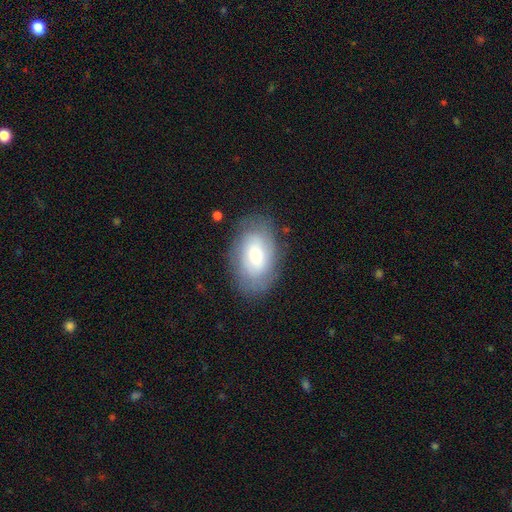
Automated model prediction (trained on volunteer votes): smooth_or_featured: smooth (p=0.55) [alt: featured or disk p=0.37]
how_rounded: in between (p=0.89) [alt: round p=0.09]
merging: none (p=0.78) [alt: minor disturbance p=0.15]